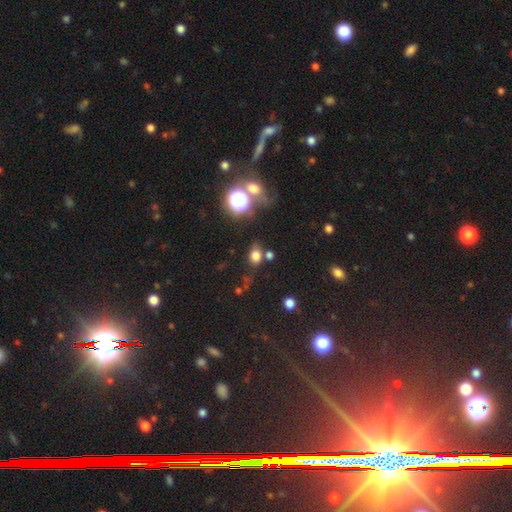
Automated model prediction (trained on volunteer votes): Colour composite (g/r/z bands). It shows a smooth galaxy with no disk features (73%) that is in between round and cigar-shaped (64%). Merging: none (67%).